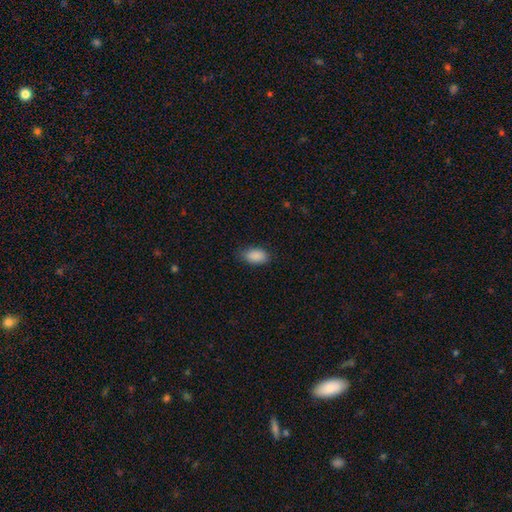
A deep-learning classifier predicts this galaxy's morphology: smooth 90%, star or artifact 7%, featured or disk 3%. Down the decision tree: how rounded — in between (93%); merging — none (79%).